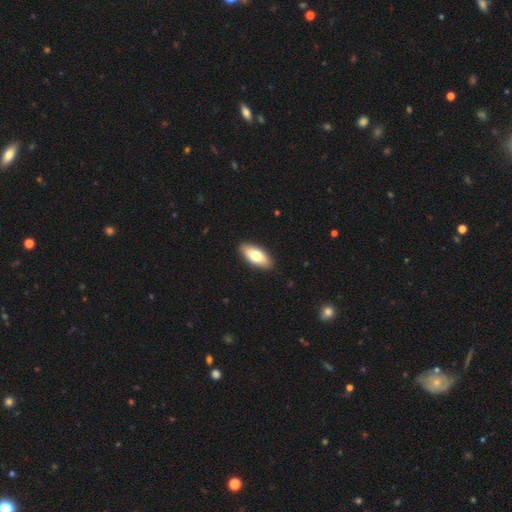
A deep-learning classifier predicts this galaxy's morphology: Smooth or featured? smooth (72%)
How rounded? in between (87%)
Merging? none (90%)